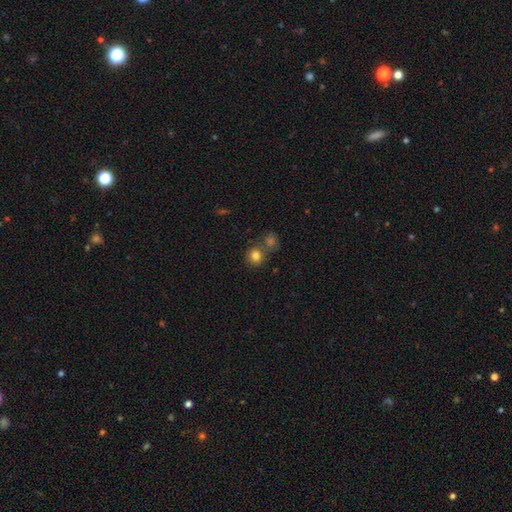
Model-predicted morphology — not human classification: Smooth or featured? smooth (81%)
How rounded? round (82%)
Merging? none (62%)